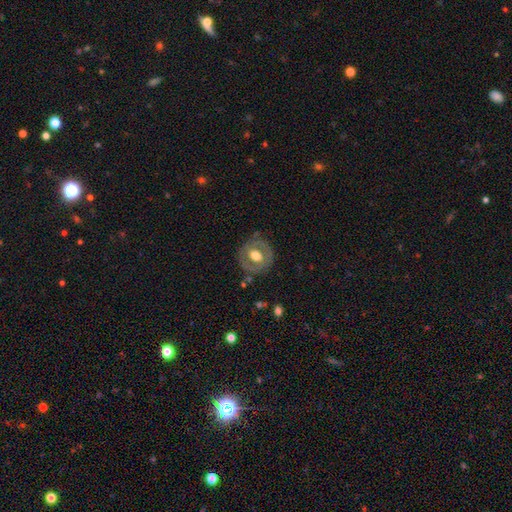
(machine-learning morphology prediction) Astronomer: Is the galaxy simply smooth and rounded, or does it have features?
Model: featured or disk — 52% (runner-up: smooth, 42%).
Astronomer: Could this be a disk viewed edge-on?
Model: no — 95%.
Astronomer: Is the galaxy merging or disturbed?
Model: none — 78%.